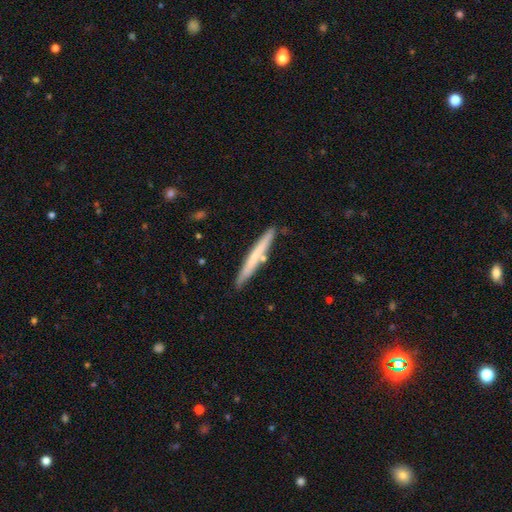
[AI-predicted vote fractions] Smooth or featured? Predicted: smooth (p=0.57). How rounded? Predicted: cigar-shaped (p=0.96). Merging? Predicted: none (p=0.85).